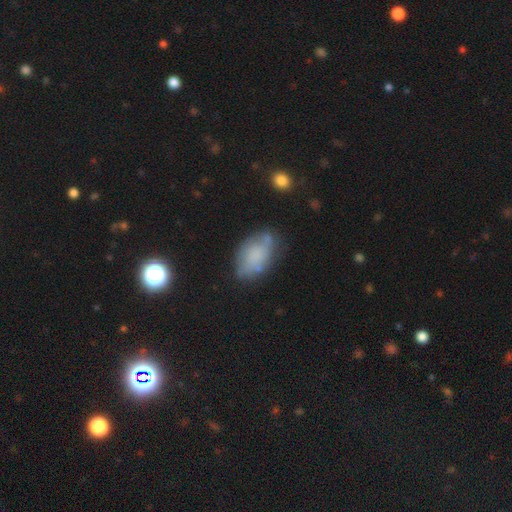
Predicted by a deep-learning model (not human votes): Smooth or featured? smooth (60%)
How rounded? in between (90%)
Merging? none (54%)